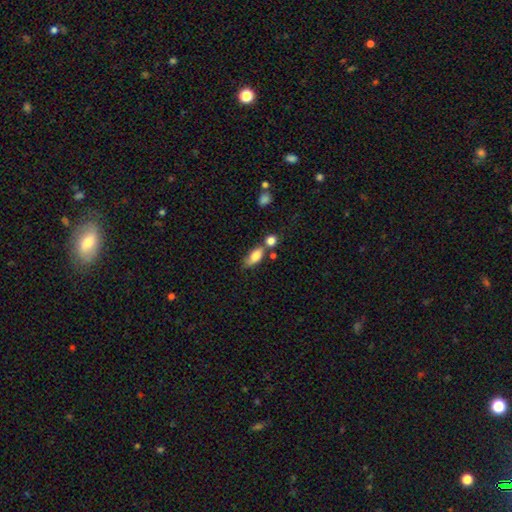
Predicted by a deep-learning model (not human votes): Q: Smooth or featured?
A: smooth (79%); runner-up: featured or disk (13%)
Q: How rounded?
A: in between (82%); runner-up: cigar-shaped (11%)
Q: Merging?
A: none (40%); runner-up: merger (30%)